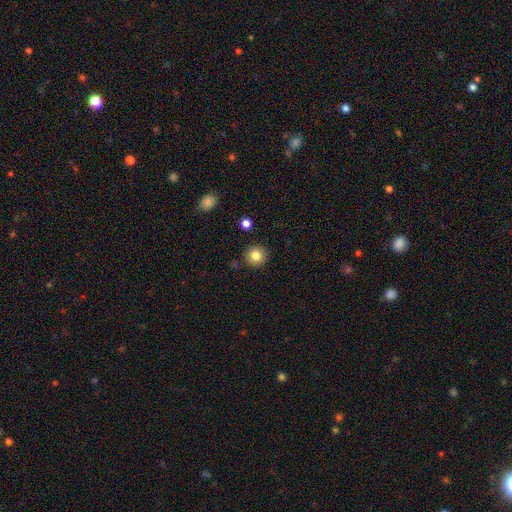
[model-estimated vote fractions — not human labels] smooth_or_featured: smooth (p=0.82) [alt: star or artifact p=0.11]
how_rounded: round (p=0.94) [alt: in between p=0.05]
merging: none (p=0.90) [alt: minor disturbance p=0.06]